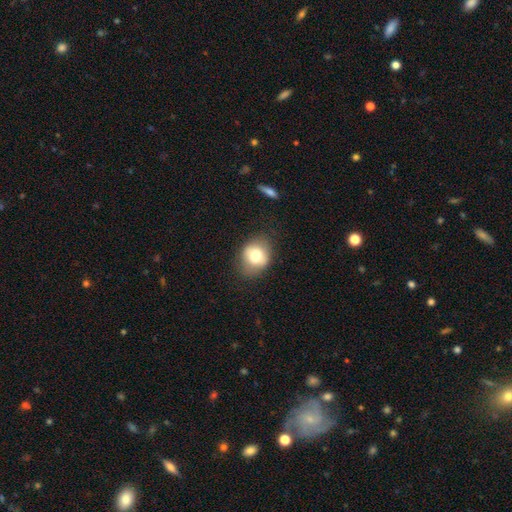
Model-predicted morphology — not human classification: Overall: smooth (74%). How rounded: round (50%; in between 49%). Merging: none (74%).